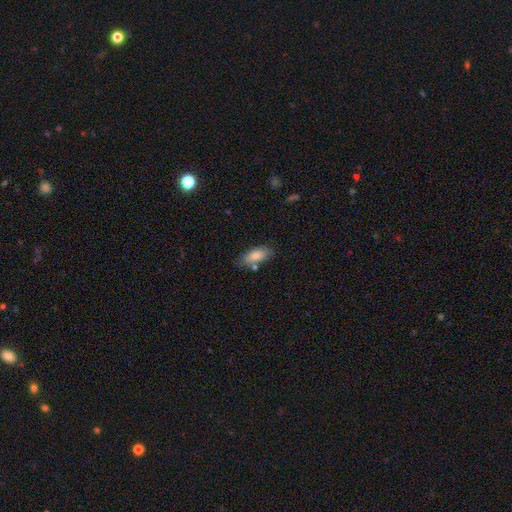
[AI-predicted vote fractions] Morphology: type=smooth (80%); roundness=in between (85%); merging=none (72%).